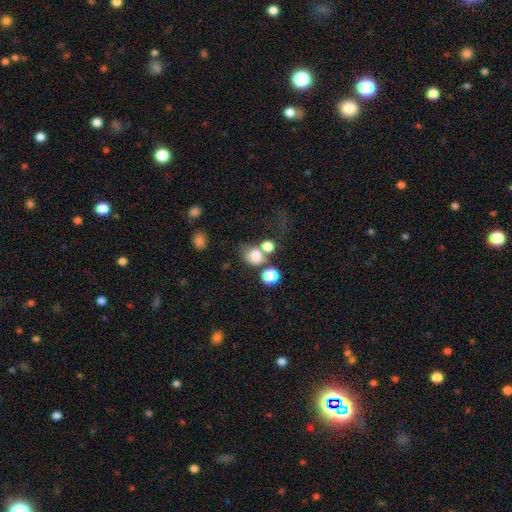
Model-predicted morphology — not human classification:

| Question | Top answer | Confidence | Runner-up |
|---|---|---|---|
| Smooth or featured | smooth | 75% | star or artifact (14%) |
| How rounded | round | 58% | in between (41%) |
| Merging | merger | 43% | none (32%) |